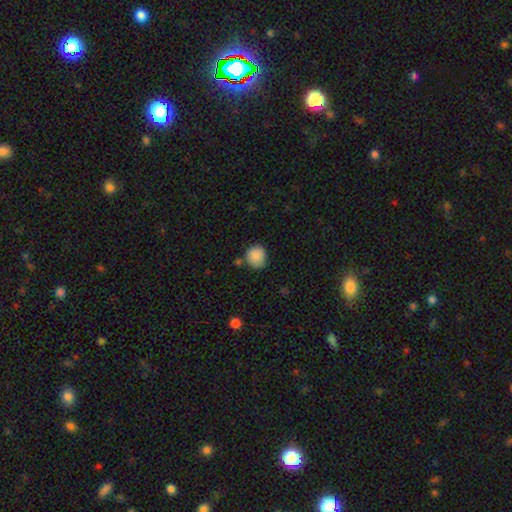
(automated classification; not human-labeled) A smooth galaxy with no disk features (88%) that is round (87%). Merging: none (74%).